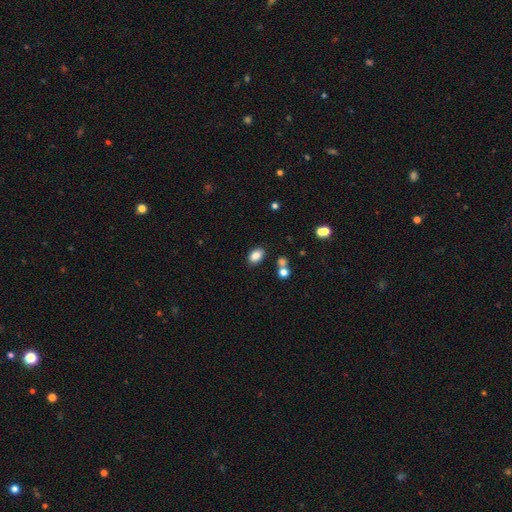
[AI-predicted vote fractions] smooth 85%, star or artifact 9%, featured or disk 6%. Down the decision tree: how rounded — in between (88%); merging — none (81%).